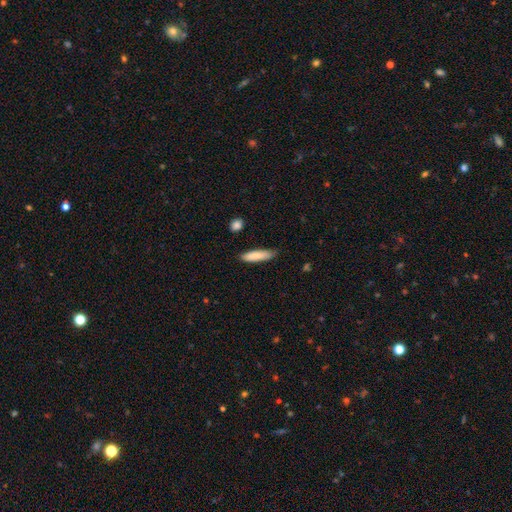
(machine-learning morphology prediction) This appears to be a smooth galaxy with no disk features (85%) that is cigar-shaped (76%). Merging: none (83%).